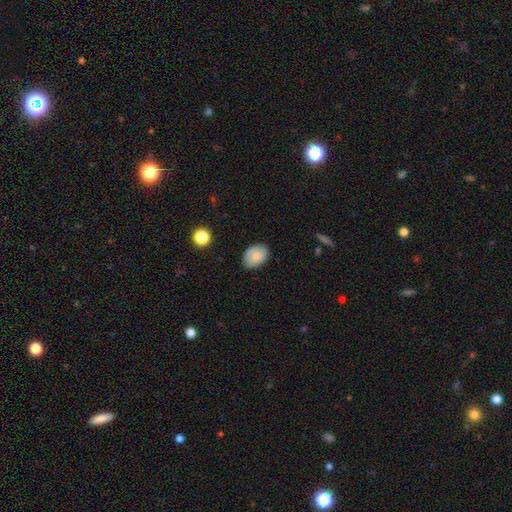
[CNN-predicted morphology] The model was most divided on "how rounded": in between: 80%, round: 19%, cigar-shaped: 1%. More confident: smooth or featured — smooth (83%); merging — none (79%).